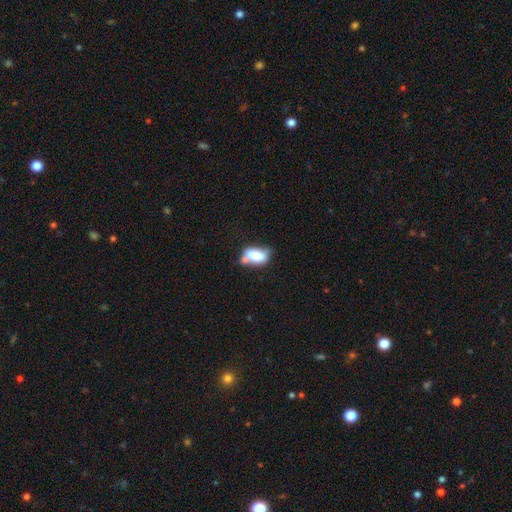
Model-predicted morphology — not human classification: smooth_or_featured: smooth (p=0.71) [alt: featured or disk p=0.21]
how_rounded: in between (p=0.86) [alt: round p=0.08]
merging: none (p=0.33) [alt: merger p=0.30]